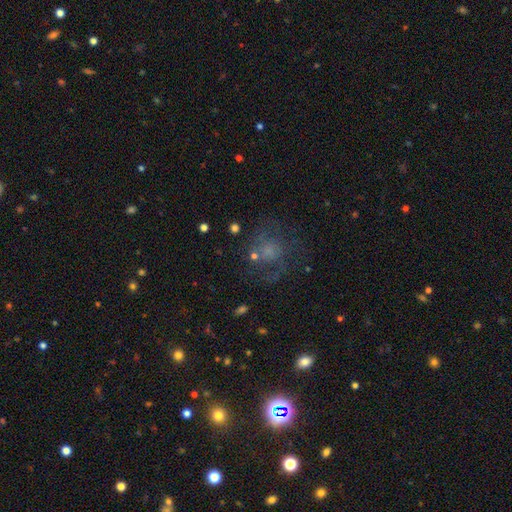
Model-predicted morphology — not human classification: Q: Smooth or featured?
A: featured or disk (49%); runner-up: smooth (30%)
Q: Merging?
A: none (59%); runner-up: major disturbance (20%)